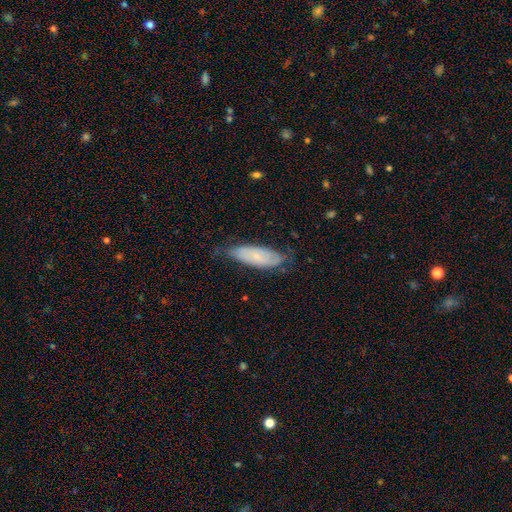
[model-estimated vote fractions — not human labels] smooth-or-featured: smooth: 53% | featured or disk: 40% | star or artifact: 8%
  how-rounded: in between: 56% | cigar-shaped: 42% | round: 2%
  merging: none: 65% | minor disturbance: 27% | major disturbance: 7% | merger: 1%